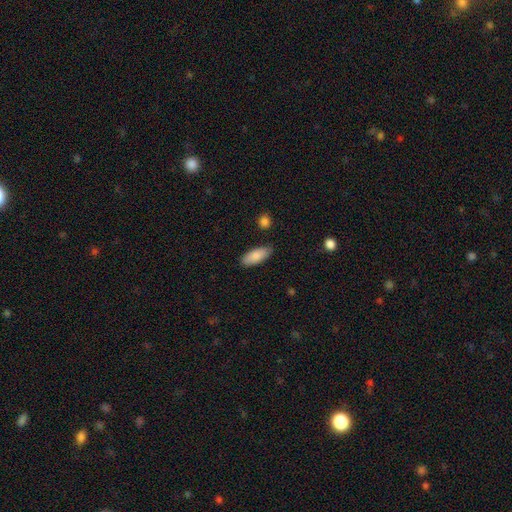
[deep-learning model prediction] smooth 87%, featured or disk 8%, star or artifact 6%. Down the decision tree: how rounded — in between (82%); merging — none (82%).